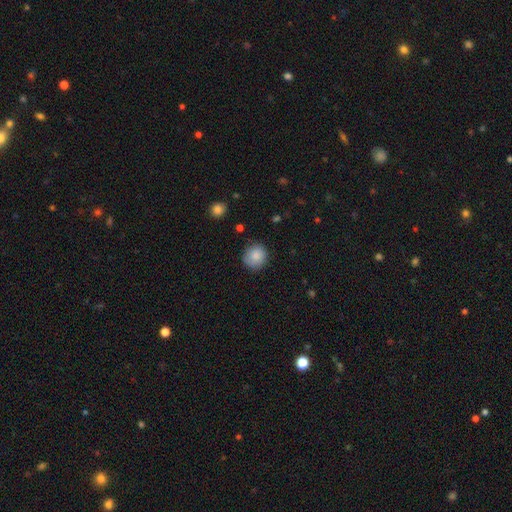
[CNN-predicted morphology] The model was most divided on "merging": none: 81%, minor disturbance: 14%, major disturbance: 3%, merger: 1%. More confident: how rounded — round (89%); smooth or featured — smooth (86%).